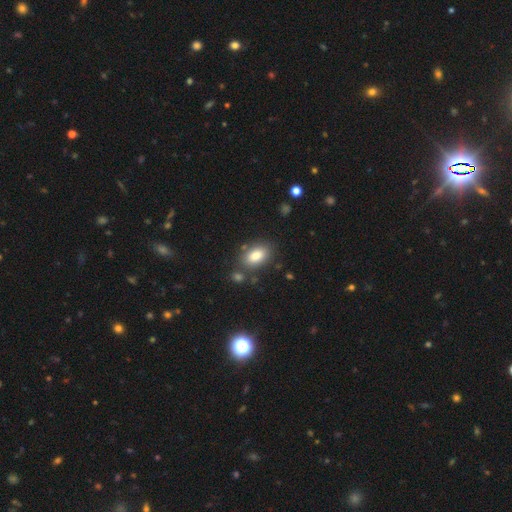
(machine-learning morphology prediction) Smooth or featured? Predicted: smooth (p=0.84). How rounded? Predicted: in between (p=0.90). Merging? Predicted: none (p=0.76).